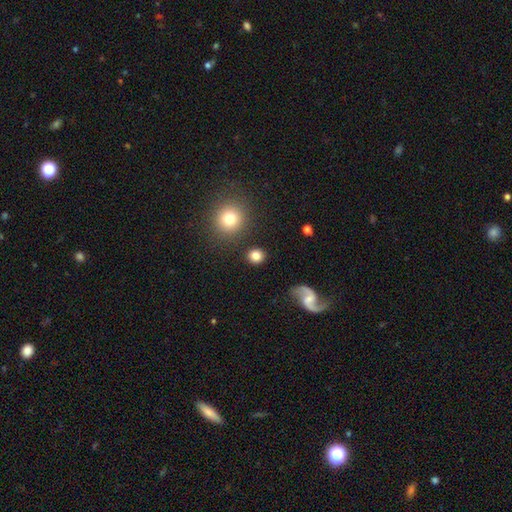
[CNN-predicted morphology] A smooth galaxy with no disk features (82%) that is round (85%). Merging: none (87%).